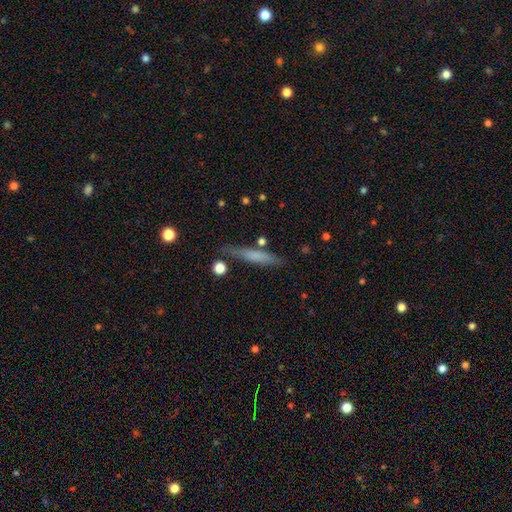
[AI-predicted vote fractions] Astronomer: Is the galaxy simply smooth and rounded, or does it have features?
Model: smooth — 63%.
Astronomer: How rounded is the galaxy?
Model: cigar-shaped — 90%.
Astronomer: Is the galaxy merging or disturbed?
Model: none — 78%.